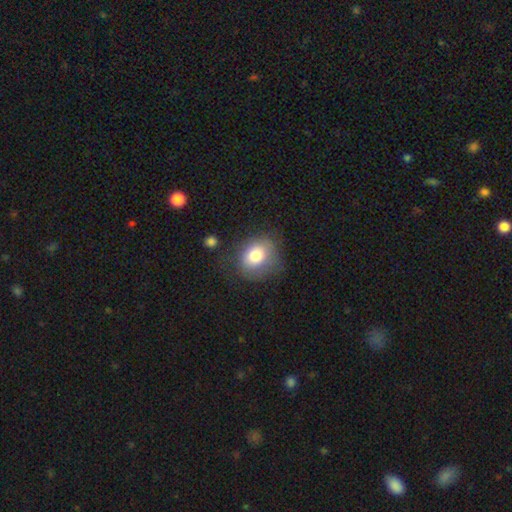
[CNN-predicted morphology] Smooth or featured? Predicted: smooth (p=0.77). How rounded? Predicted: round (p=0.61). Merging? Predicted: none (p=0.63).